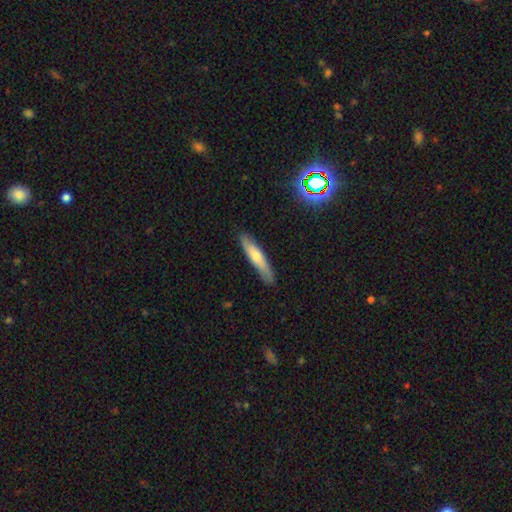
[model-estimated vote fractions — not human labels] This appears to be a smooth galaxy with no disk features (53%) that is cigar-shaped (88%). Merging: none (86%).